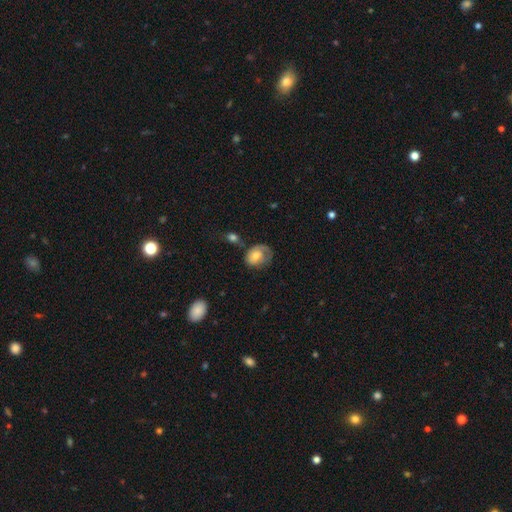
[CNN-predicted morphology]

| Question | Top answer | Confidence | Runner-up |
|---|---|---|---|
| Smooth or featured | smooth | 57% | featured or disk (36%) |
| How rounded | in between | 61% | round (38%) |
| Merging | none | 39% | minor disturbance (30%) |